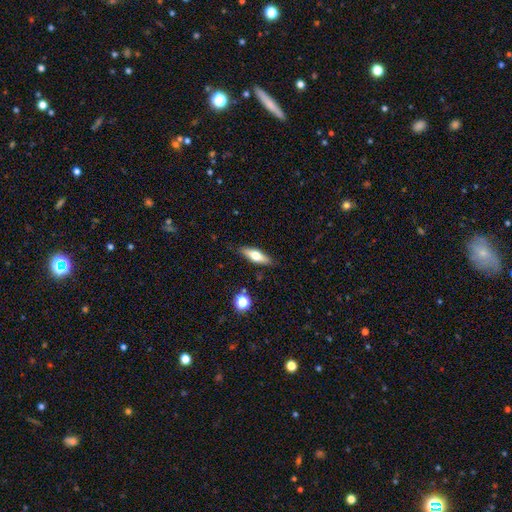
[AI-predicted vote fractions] smooth-or-featured: smooth: 57% | featured or disk: 36% | star or artifact: 7%
  how-rounded: in between: 54% | cigar-shaped: 43% | round: 3%
  merging: none: 85% | minor disturbance: 11% | major disturbance: 2% | merger: 2%